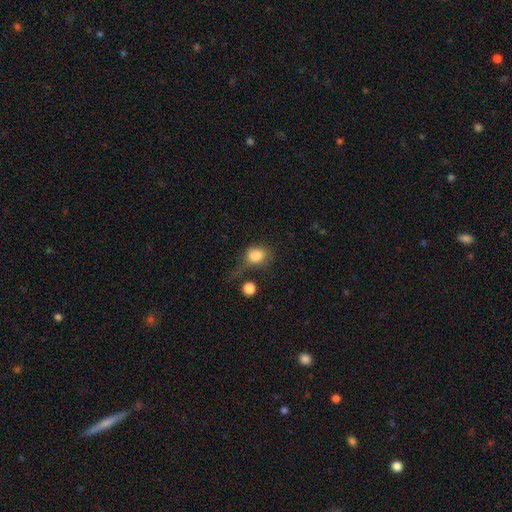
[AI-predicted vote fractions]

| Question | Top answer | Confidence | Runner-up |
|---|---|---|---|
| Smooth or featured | smooth | 83% | star or artifact (10%) |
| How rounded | in between | 52% | round (46%) |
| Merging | none | 38% | minor disturbance (26%) |